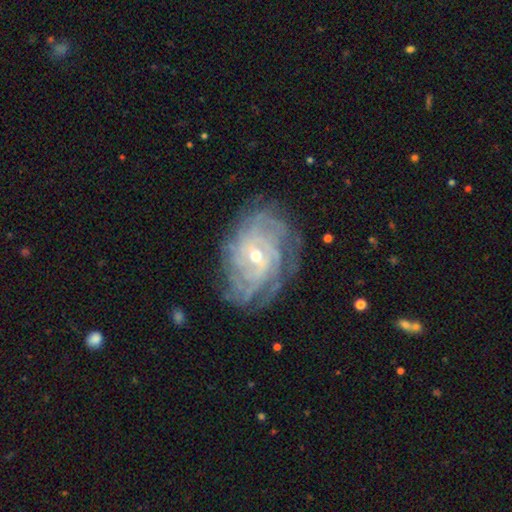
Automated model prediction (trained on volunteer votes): Q: Smooth or featured?
A: featured or disk (88%); runner-up: star or artifact (6%)
Q: Edge-on disk?
A: no (96%); runner-up: yes (4%)
Q: Bar?
A: no (55%); runner-up: weak (35%)
Q: Spiral arms?
A: yes (97%); runner-up: no (3%)
Q: Spiral winding?
A: tight (75%); runner-up: medium (20%)
Q: Spiral arm count?
A: can't tell (34%); runner-up: 4 (20%)
Q: Bulge size?
A: small (58%); runner-up: moderate (39%)
Q: Merging?
A: none (77%); runner-up: minor disturbance (16%)